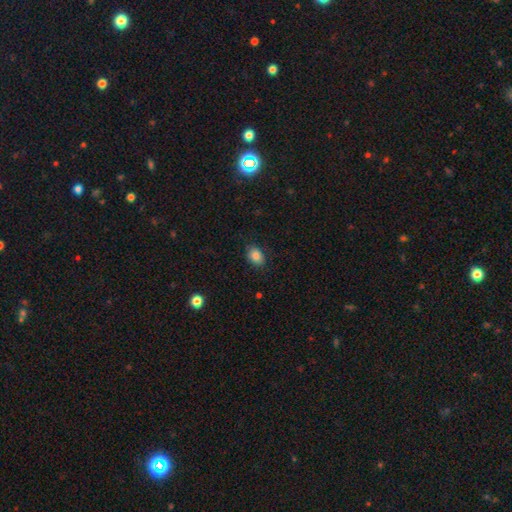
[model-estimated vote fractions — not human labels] Q: Smooth or featured?
A: smooth (85%); runner-up: star or artifact (9%)
Q: How rounded?
A: in between (69%); runner-up: round (30%)
Q: Merging?
A: none (83%); runner-up: minor disturbance (13%)